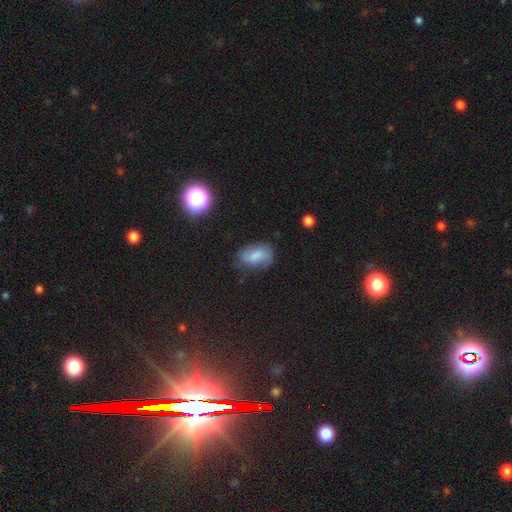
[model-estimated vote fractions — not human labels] This is likely a smooth galaxy (62%). How rounded: clearly in between (86%). Merging: possibly none (59%).